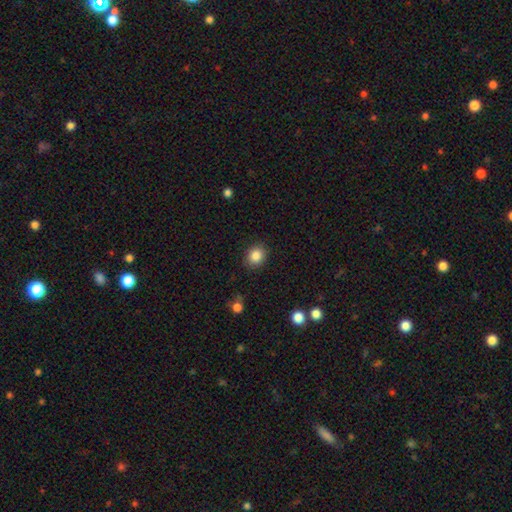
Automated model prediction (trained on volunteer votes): Q: Smooth or featured?
A: smooth (85%); runner-up: star or artifact (10%)
Q: How rounded?
A: round (71%); runner-up: in between (29%)
Q: Merging?
A: none (88%); runner-up: minor disturbance (8%)